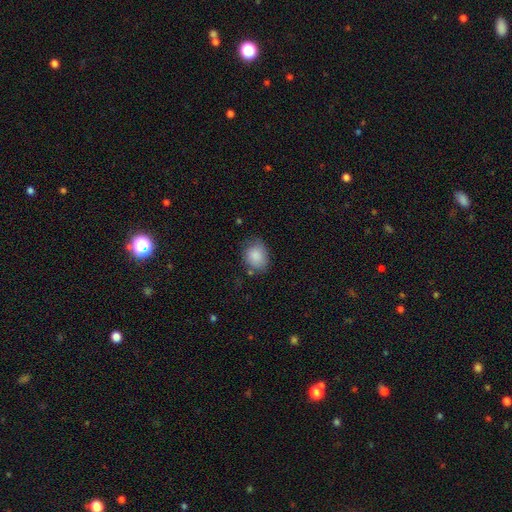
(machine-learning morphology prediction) smooth 86%, star or artifact 7%, featured or disk 7%. Down the decision tree: how rounded — in between (50%); merging — none (65%).